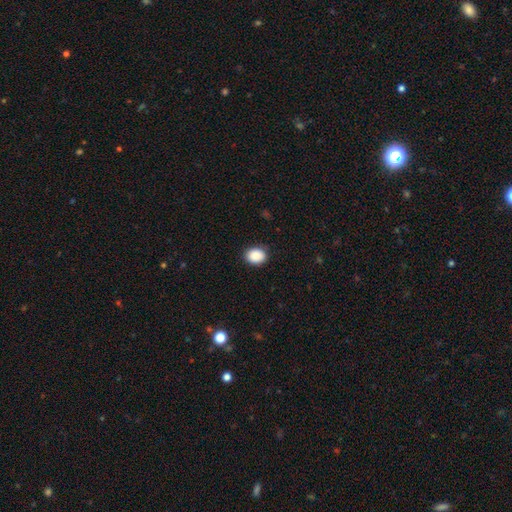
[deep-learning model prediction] A smooth galaxy with no disk features (90%) that is in between round and cigar-shaped (60%).

Vote fractions:
- Smooth or featured? smooth: 90% / star or artifact: 7% / featured or disk: 2%
- How rounded? in between: 60% / round: 39% / cigar-shaped: 1%
- Merging? none: 87% / minor disturbance: 10% / major disturbance: 2% / merger: 1%